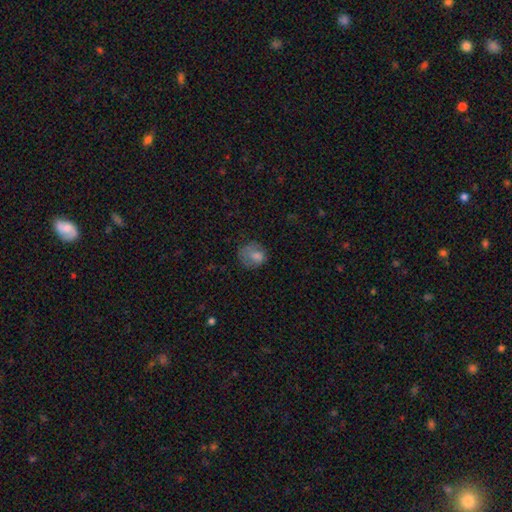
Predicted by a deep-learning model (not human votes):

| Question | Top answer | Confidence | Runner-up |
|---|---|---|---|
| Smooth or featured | smooth | 71% | featured or disk (18%) |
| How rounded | round | 69% | in between (30%) |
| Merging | none | 52% | minor disturbance (27%) |